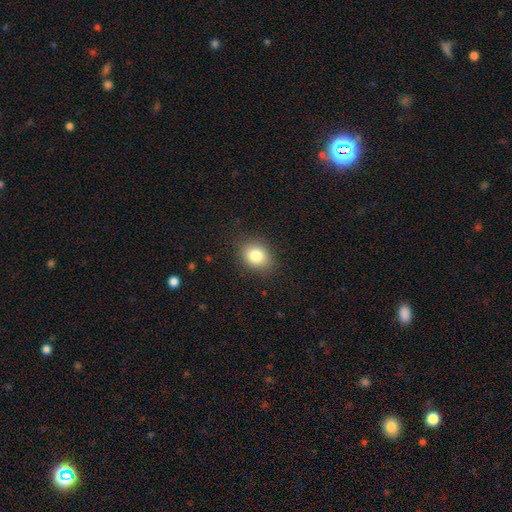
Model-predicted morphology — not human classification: A smooth galaxy with no disk features (82%) that is in between round and cigar-shaped (51%).

Vote fractions:
- Smooth or featured? smooth: 82% / star or artifact: 10% / featured or disk: 8%
- How rounded? in between: 51% / round: 48% / cigar-shaped: 1%
- Merging? none: 85% / minor disturbance: 11% / major disturbance: 3% / merger: 1%